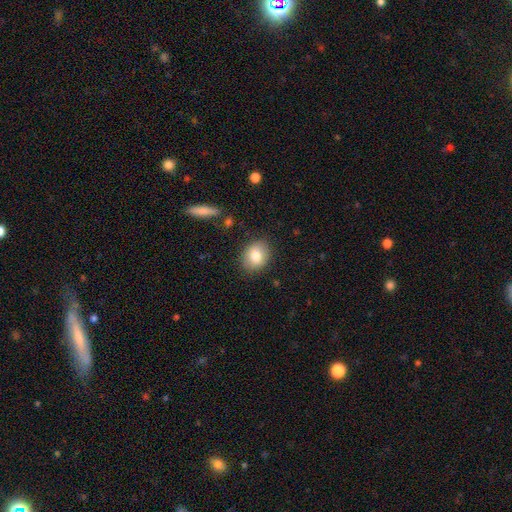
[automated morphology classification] The model was most divided on "how rounded": in between: 51%, round: 48%, cigar-shaped: 1%. More confident: merging — none (85%); smooth or featured — smooth (80%).